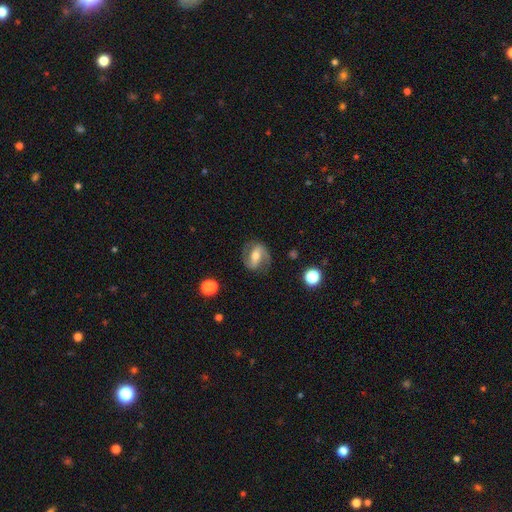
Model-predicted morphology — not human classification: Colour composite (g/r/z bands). It shows a featured or disk galaxy (78%) with a strong bar (49%), 2 (89%) medium (50%) spiral arms (92%) and a moderate central bulge (61%). Merging: none (78%).